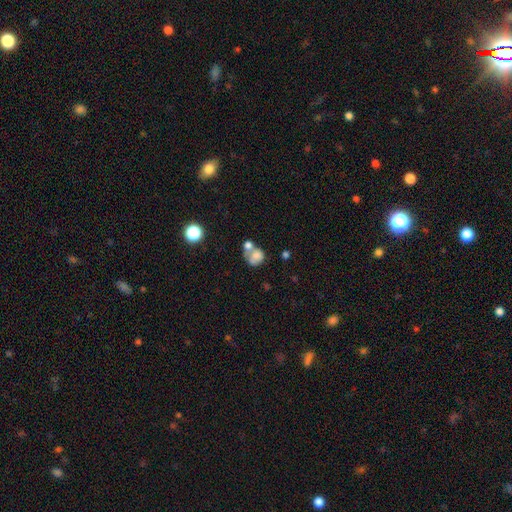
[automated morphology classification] This appears to be a smooth galaxy with no disk features (67%) that is round (59%). Merging: merger (50%).